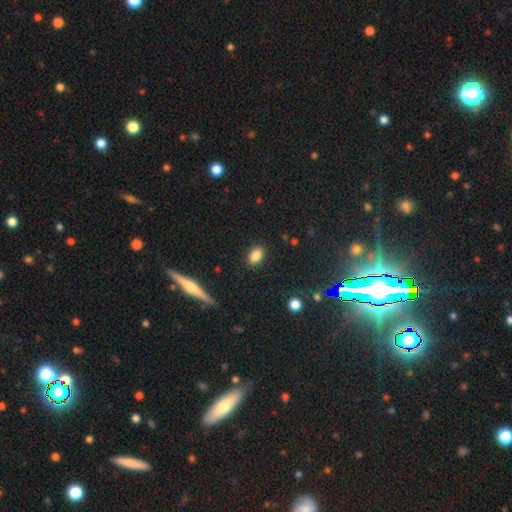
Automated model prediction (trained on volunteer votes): Smooth or featured? smooth (85%)
How rounded? in between (85%)
Merging? none (88%)